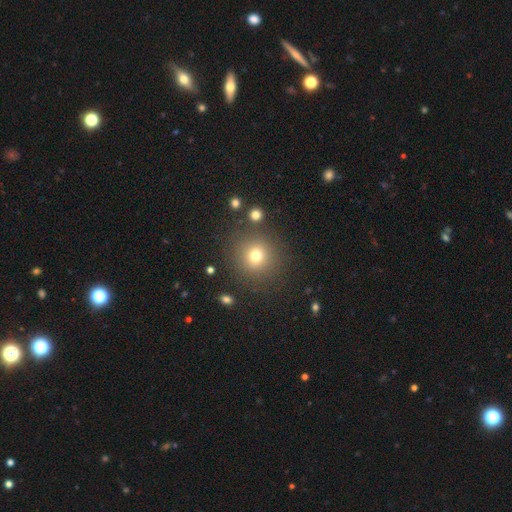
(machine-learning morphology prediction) Smooth or featured? smooth (73%)
How rounded? round (92%)
Merging? none (85%)